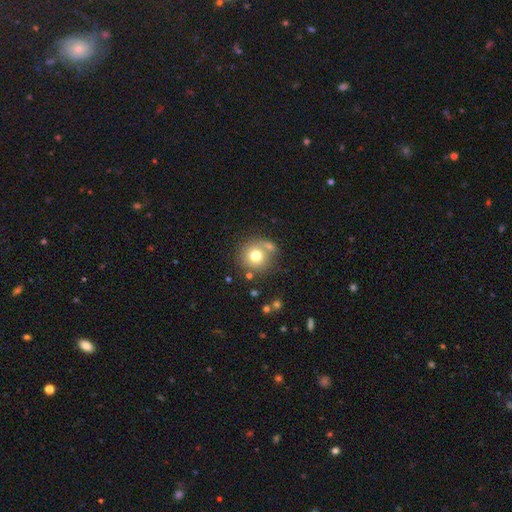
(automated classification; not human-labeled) Smooth or featured? Predicted: smooth (p=0.73). How rounded? Predicted: round (p=0.92). Merging? Predicted: none (p=0.65).